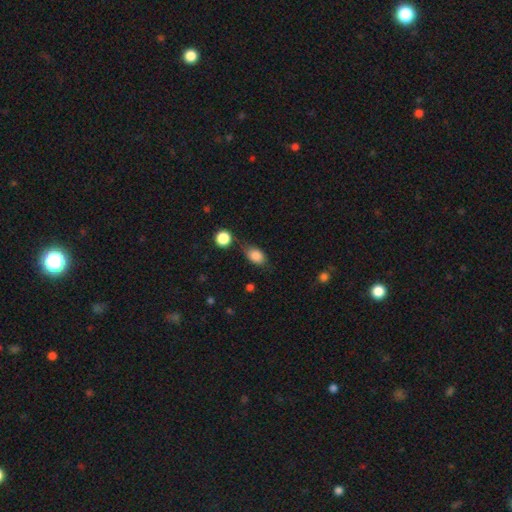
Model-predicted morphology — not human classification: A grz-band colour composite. It shows a smooth galaxy with no disk features (86%) that is in between round and cigar-shaped (79%). Merging: none (63%).